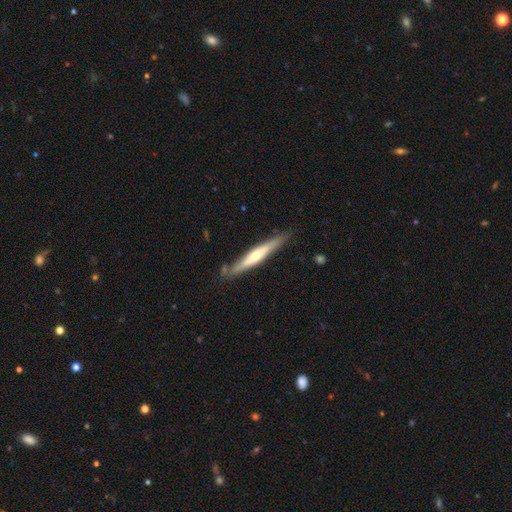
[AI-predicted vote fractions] Q: Smooth or featured?
A: featured or disk (60%); runner-up: smooth (35%)
Q: Edge-on disk?
A: yes (93%); runner-up: no (7%)
Q: Edge-on bulge?
A: rounded (80%); runner-up: none (14%)
Q: Merging?
A: none (81%); runner-up: minor disturbance (13%)